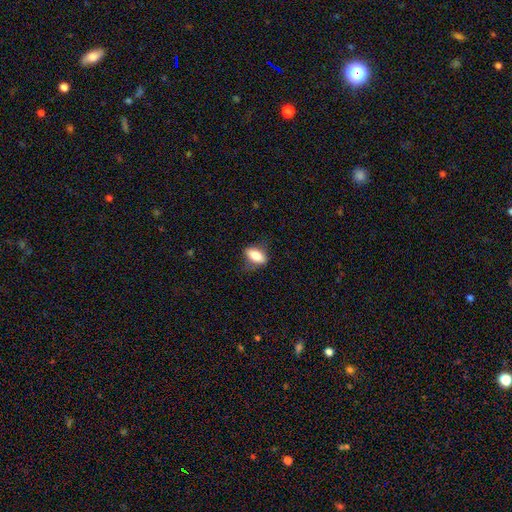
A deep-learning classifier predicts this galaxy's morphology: Overall: smooth (75%). How rounded: in between (83%). Merging: none (73%).